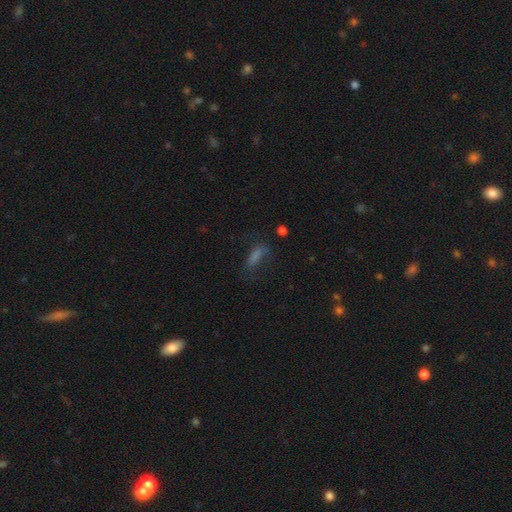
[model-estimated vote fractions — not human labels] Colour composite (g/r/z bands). It shows a smooth galaxy with no disk features (60%) that is cigar-shaped (50%). Merging: none (58%).